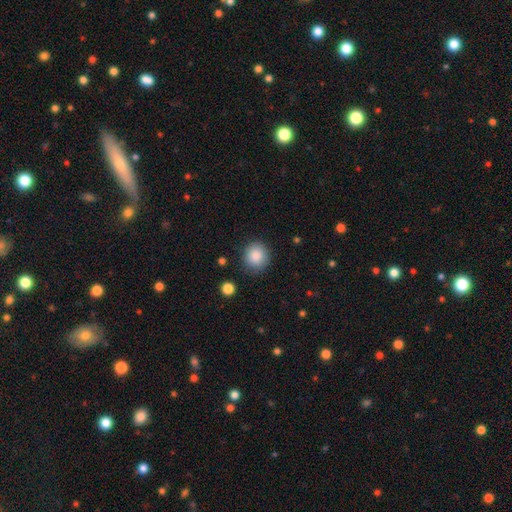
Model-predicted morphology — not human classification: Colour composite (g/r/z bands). It shows a smooth galaxy with no disk features (87%) that is round (88%). Merging: none (86%).